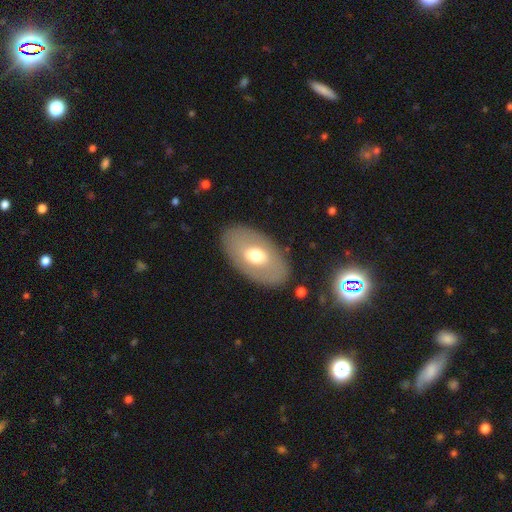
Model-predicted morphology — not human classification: A smooth galaxy with no disk features (55%) that is in between round and cigar-shaped (91%). Merging: none (85%).